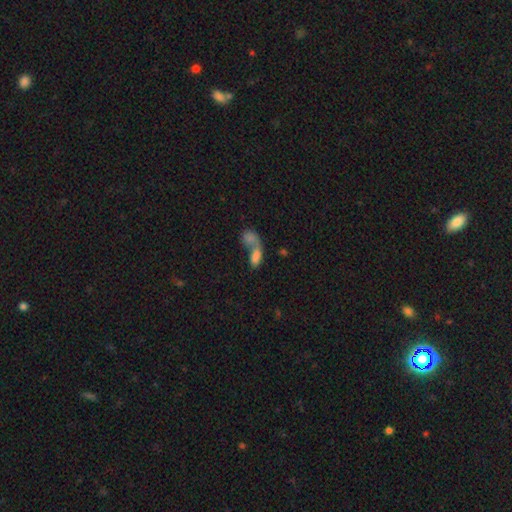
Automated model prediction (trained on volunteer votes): Smooth or featured?
  - smooth: 74% *
  - featured or disk: 16%
  - star or artifact: 10%
How rounded?
  - in between: 82% *
  - round: 11%
  - cigar-shaped: 6%
Merging?
  - merger: 73% *
  - none: 14%
  - major disturbance: 8%
  - minor disturbance: 6%